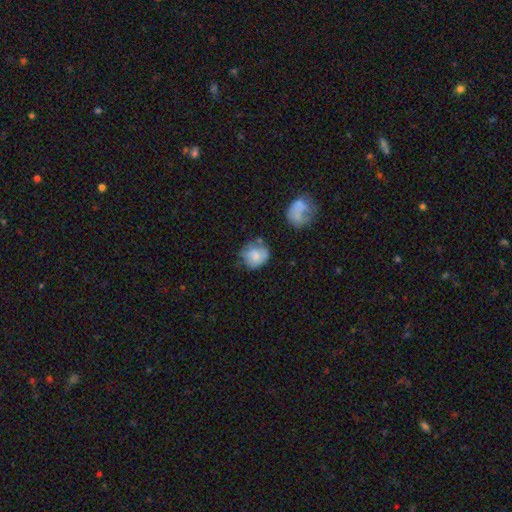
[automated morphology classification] smooth_or_featured: smooth (p=0.64) [alt: featured or disk p=0.28]
how_rounded: round (p=0.72) [alt: in between p=0.27]
merging: none (p=0.49) [alt: minor disturbance p=0.30]